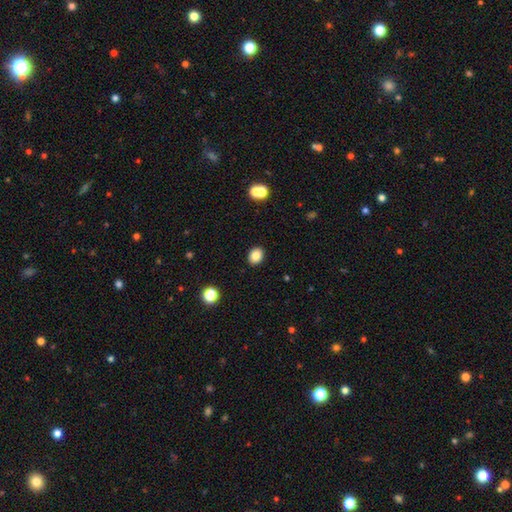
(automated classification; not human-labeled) Smooth or featured? smooth (83%)
How rounded? in between (52%)
Merging? none (90%)